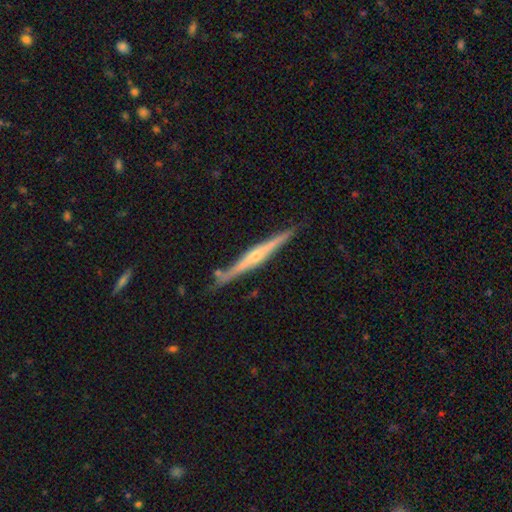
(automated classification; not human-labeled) This is likely a featured or disk galaxy (79%). It is clearly viewed edge-on (98%). Edge-on bulge: clearly rounded (82%). Merging: clearly none (85%).